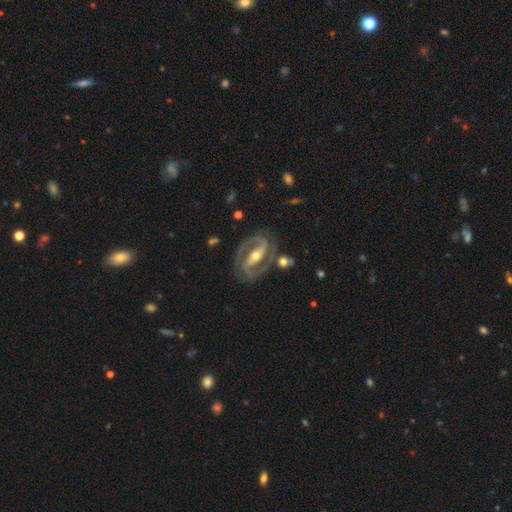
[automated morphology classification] Overall: featured or disk (92%). Edge-on disk: no (96%). Bar: strong (71%). Spiral arms: yes (97%). Spiral arm count: 2 (92%). Spiral winding: medium (49%; tight 42%). Bulge size: moderate (63%; small 32%). Merging: none (79%).